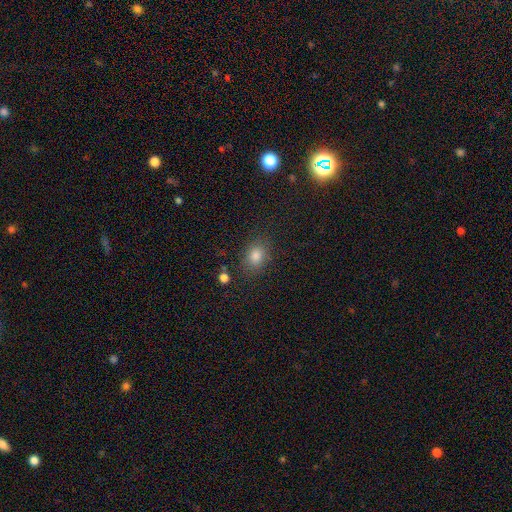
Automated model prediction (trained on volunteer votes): This appears to be a smooth galaxy with no disk features (80%) that is in between round and cigar-shaped (60%). Merging: none (81%).